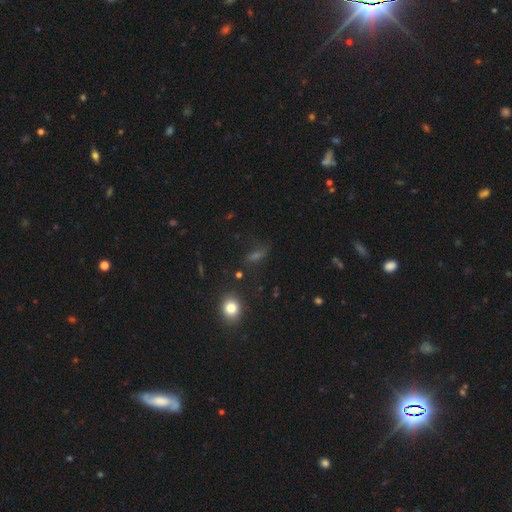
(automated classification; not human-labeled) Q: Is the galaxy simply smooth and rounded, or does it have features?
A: smooth — 40%.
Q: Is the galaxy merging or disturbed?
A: none — 67%.